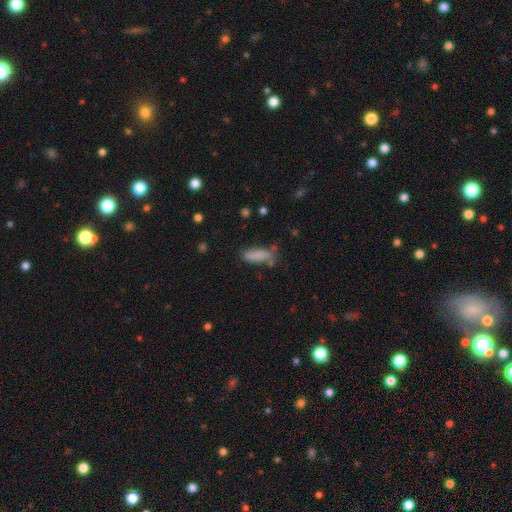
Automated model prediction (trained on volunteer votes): A smooth galaxy with no disk features (83%) that is cigar-shaped (50%).

Vote fractions:
- Smooth or featured? smooth: 83% / featured or disk: 9% / star or artifact: 9%
- How rounded? cigar-shaped: 50% / in between: 48% / round: 2%
- Merging? none: 61% / minor disturbance: 24% / major disturbance: 8% / merger: 7%